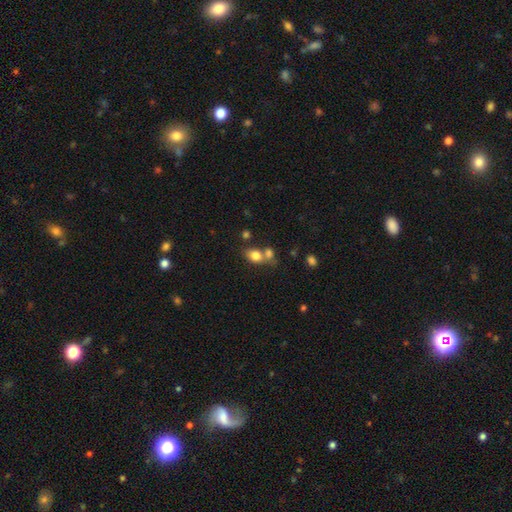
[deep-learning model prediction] smooth-or-featured: smooth: 80% | star or artifact: 10% | featured or disk: 10%
  how-rounded: in between: 66% | round: 33% | cigar-shaped: 2%
  merging: none: 43% | merger: 41% | minor disturbance: 11% | major disturbance: 5%